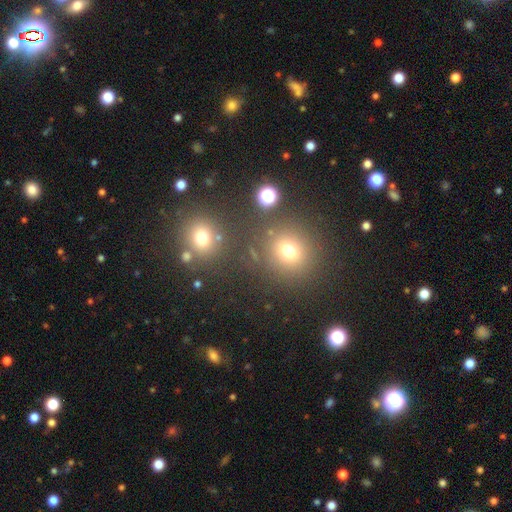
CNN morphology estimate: This appears to be a smooth galaxy with no disk features (51%) that is round (87%). Merging: none (78%).